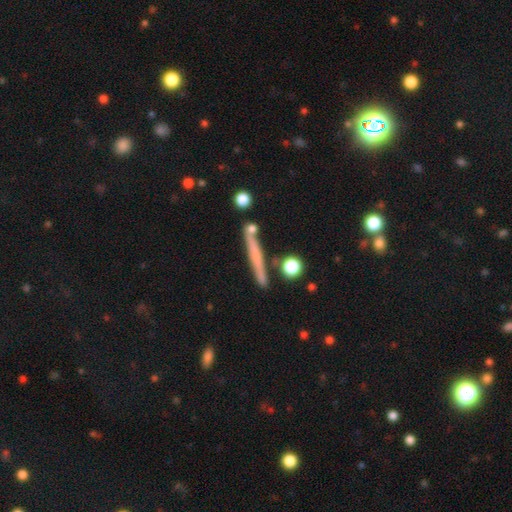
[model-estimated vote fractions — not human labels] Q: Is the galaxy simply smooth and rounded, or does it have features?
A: smooth — 50%.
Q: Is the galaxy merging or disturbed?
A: none — 83%.